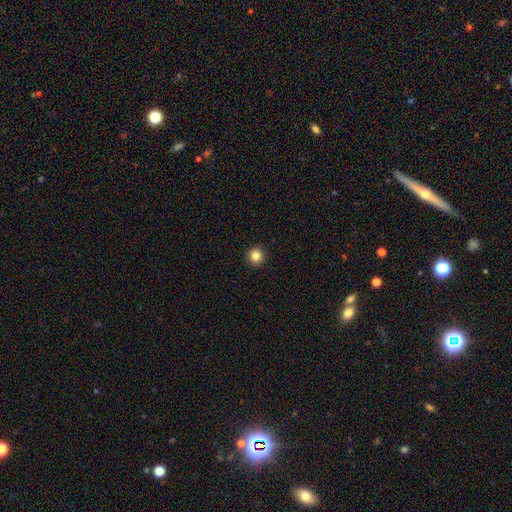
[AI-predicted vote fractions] A smooth galaxy with no disk features (84%) that is round (94%).

Vote fractions:
- Smooth or featured? smooth: 84% / star or artifact: 11% / featured or disk: 5%
- How rounded? round: 94% / in between: 5% / cigar-shaped: 1%
- Merging? none: 94% / minor disturbance: 4% / major disturbance: 1% / merger: 1%